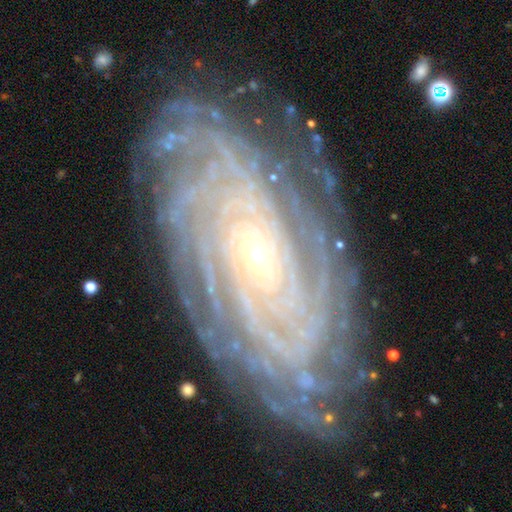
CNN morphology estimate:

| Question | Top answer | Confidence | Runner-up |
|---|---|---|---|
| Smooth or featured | featured or disk | 90% | star or artifact (6%) |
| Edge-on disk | no | 95% | yes (5%) |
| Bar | no | 71% | weak (19%) |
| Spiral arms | yes | 98% | no (2%) |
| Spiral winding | tight | 87% | medium (11%) |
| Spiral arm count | more than 4 | 34% | can't tell (22%) |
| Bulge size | small | 83% | moderate (14%) |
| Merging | none | 83% | minor disturbance (12%) |